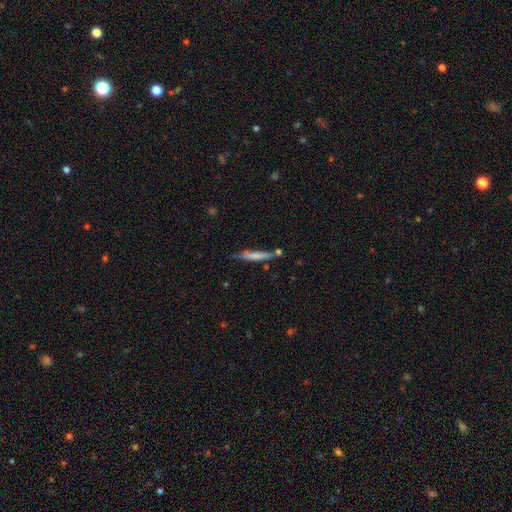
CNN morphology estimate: Smooth or featured? Predicted: smooth (p=0.66). How rounded? Predicted: cigar-shaped (p=0.89). Merging? Predicted: none (p=0.61).